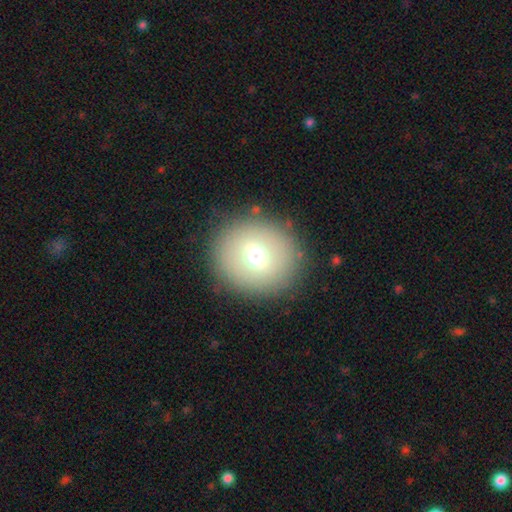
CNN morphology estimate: smooth_or_featured: smooth (p=0.68) [alt: featured or disk p=0.21]
how_rounded: round (p=0.83) [alt: in between p=0.16]
merging: none (p=0.89) [alt: minor disturbance p=0.07]